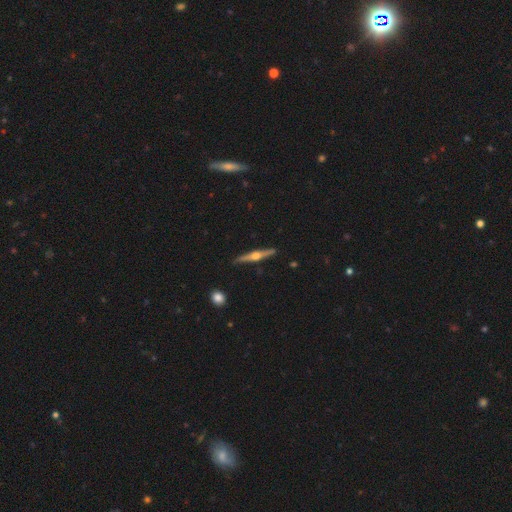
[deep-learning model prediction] Overall: featured or disk (77%). Edge-on disk: yes (98%). Edge-on bulge: rounded (94%). Merging: none (89%).